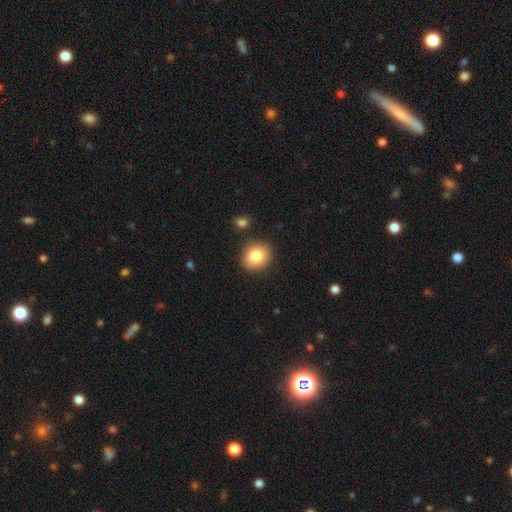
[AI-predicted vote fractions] smooth 83%, star or artifact 9%, featured or disk 8%. Down the decision tree: how rounded — round (71%); merging — none (86%).